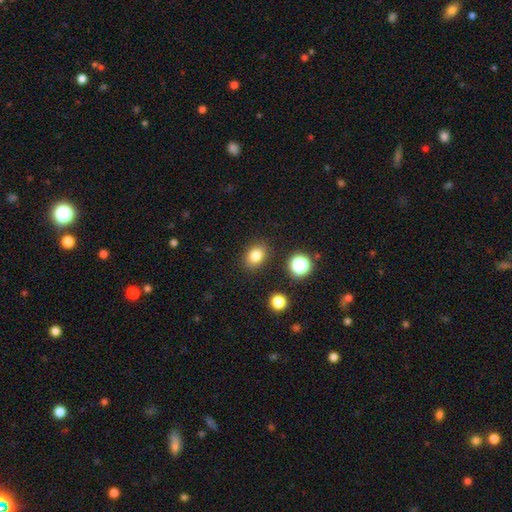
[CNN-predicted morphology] Smooth or featured?
  - smooth: 81% *
  - star or artifact: 12%
  - featured or disk: 7%
How rounded?
  - in between: 61% *
  - round: 38%
  - cigar-shaped: 1%
Merging?
  - none: 85% *
  - minor disturbance: 10%
  - major disturbance: 3%
  - merger: 3%